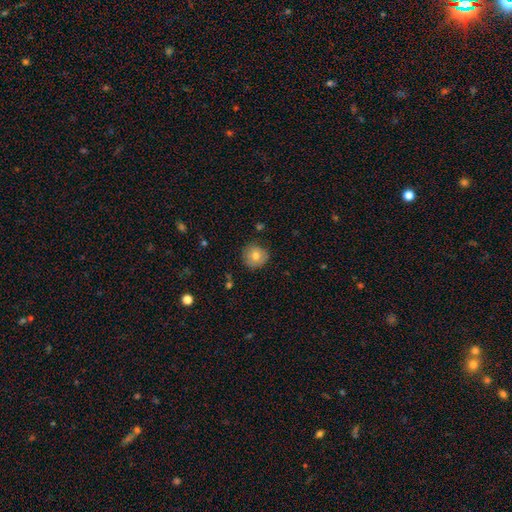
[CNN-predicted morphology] Smooth or featured? smooth (76%)
How rounded? round (92%)
Merging? none (82%)